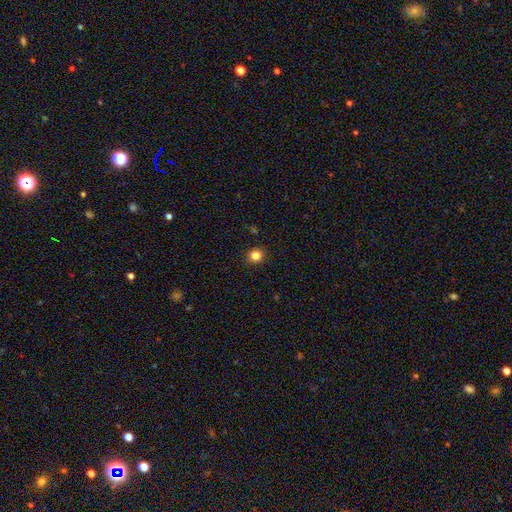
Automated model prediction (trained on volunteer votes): Q: Smooth or featured?
A: smooth (83%); runner-up: star or artifact (13%)
Q: How rounded?
A: round (89%); runner-up: in between (10%)
Q: Merging?
A: none (92%); runner-up: minor disturbance (6%)